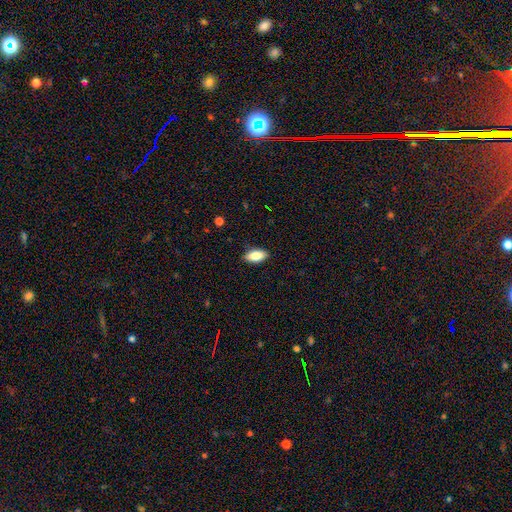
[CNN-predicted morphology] smooth 85%, featured or disk 8%, star or artifact 7%. Down the decision tree: how rounded — in between (90%); merging — none (87%).